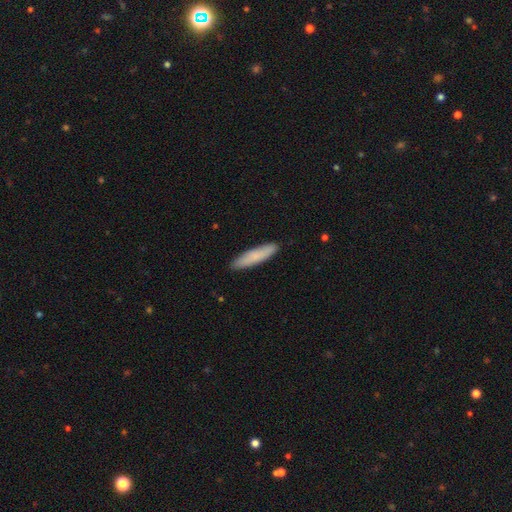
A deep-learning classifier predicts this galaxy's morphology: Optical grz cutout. It shows a smooth galaxy with no disk features (81%) that is cigar-shaped (84%). Merging: none (89%).